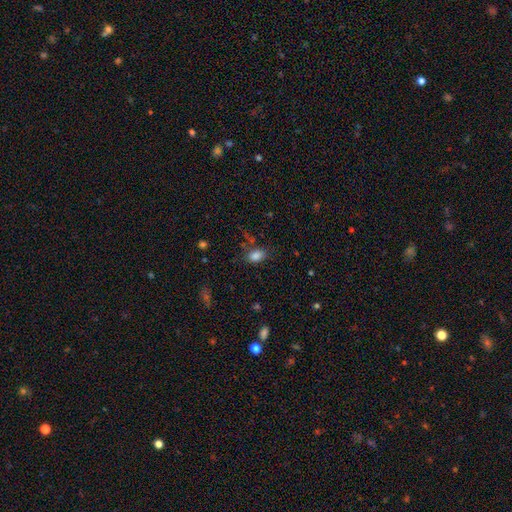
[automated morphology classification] This appears to be a smooth galaxy with no disk features (83%) that is in between round and cigar-shaped (83%). Merging: none (73%).